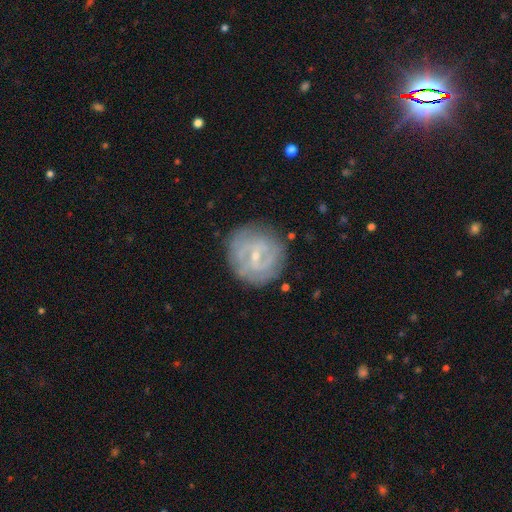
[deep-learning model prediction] Morphology: type=featured or disk (71%); edge-on=no (96%); bar=weak (53%); spiral arms=yes (79%); winding=tight (62%); arm count=can't tell (41%); bulge=small (73%); merging=none (80%).